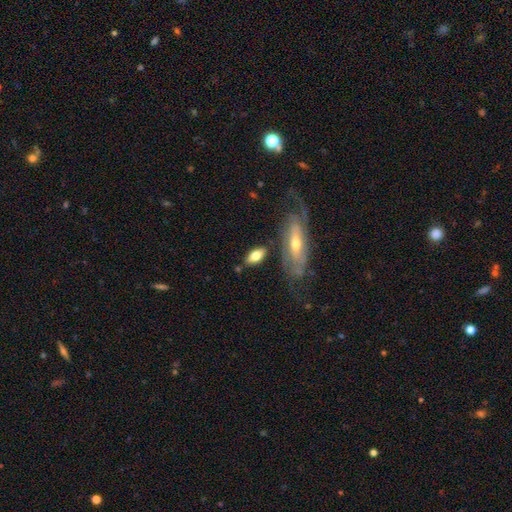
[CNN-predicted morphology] Smooth or featured?
  - smooth: 72% *
  - featured or disk: 22%
  - star or artifact: 6%
How rounded?
  - in between: 83% *
  - cigar-shaped: 13%
  - round: 4%
Merging?
  - none: 73% *
  - minor disturbance: 15%
  - merger: 8%
  - major disturbance: 5%